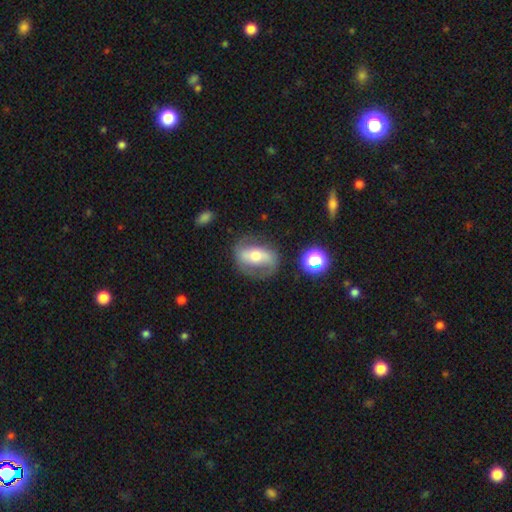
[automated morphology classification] Smooth or featured? featured or disk (65%)
Edge-on disk? no (91%)
Bar? strong (47%)
Spiral arms? yes (74%)
Bulge size? moderate (64%)
Merging? none (72%)